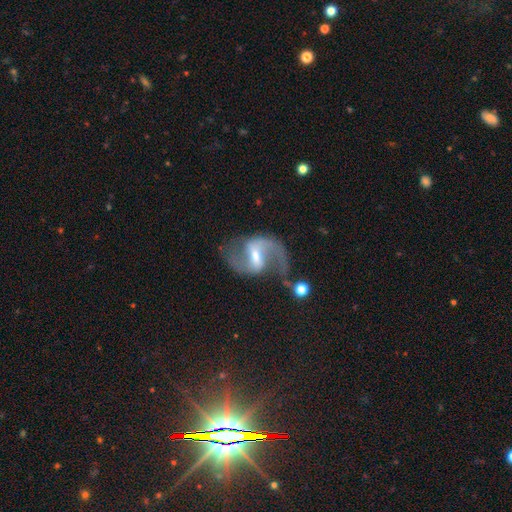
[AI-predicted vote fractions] This appears to be a featured or disk galaxy (89%) with a weak bar (48%), 2 (91%) loose (53%) spiral arms (96%) and a moderate central bulge (54%). Merging: none (65%).